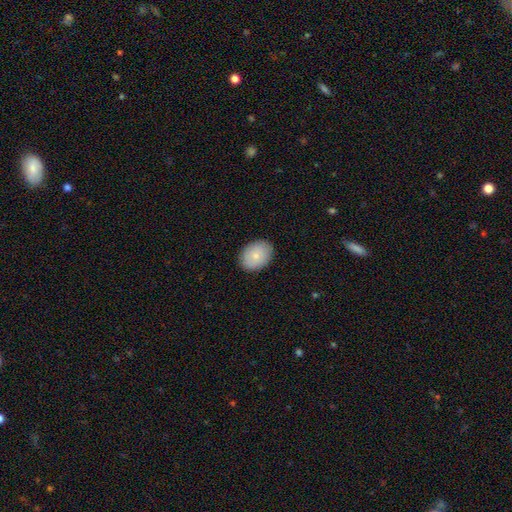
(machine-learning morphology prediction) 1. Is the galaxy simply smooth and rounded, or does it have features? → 83% smooth, 10% featured or disk, 6% star or artifact.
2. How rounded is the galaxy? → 72% in between, 27% round, 1% cigar-shaped.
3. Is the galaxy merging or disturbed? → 89% none, 9% minor disturbance, 2% major disturbance, 1% merger.